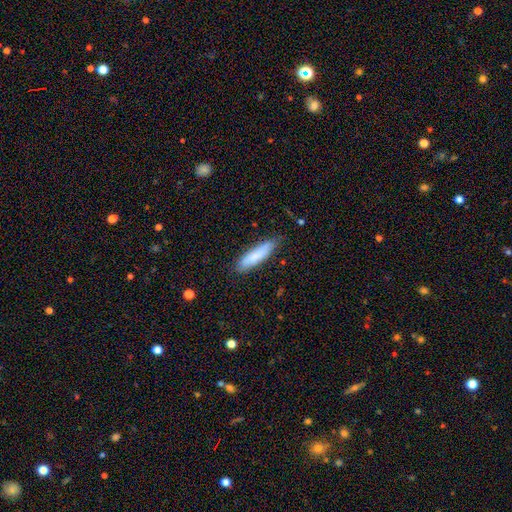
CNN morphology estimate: This is clearly a smooth galaxy (82%). How rounded: likely cigar-shaped (74%). Merging: clearly none (80%).